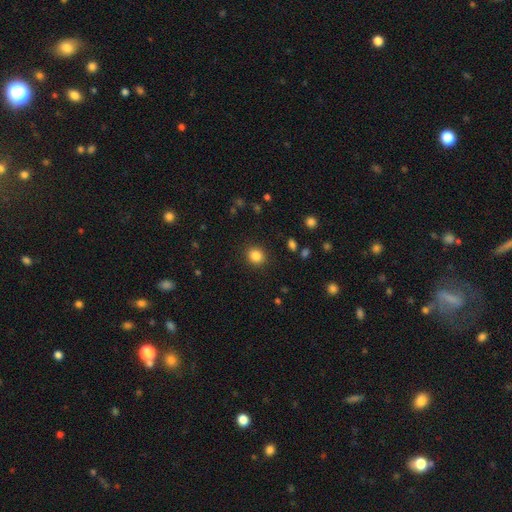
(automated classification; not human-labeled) This is clearly a smooth galaxy (85%). How rounded: likely round (80%). Merging: clearly none (90%).